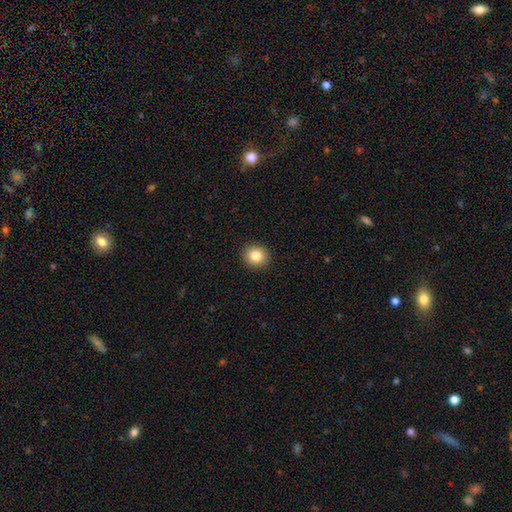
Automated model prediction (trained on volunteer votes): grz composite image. It shows a smooth galaxy with no disk features (86%) that is round (87%). Merging: none (92%).